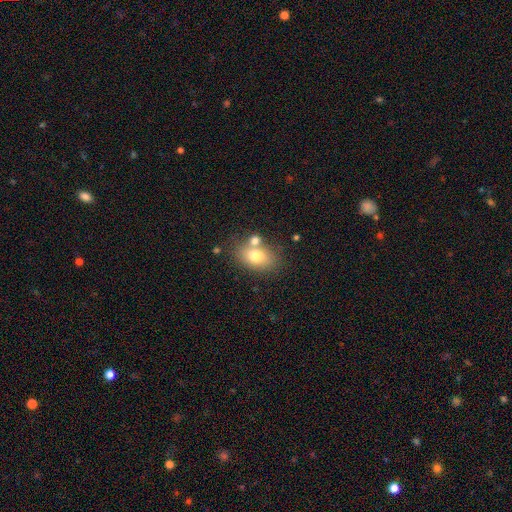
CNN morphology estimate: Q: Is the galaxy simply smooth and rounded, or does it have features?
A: smooth — 74%.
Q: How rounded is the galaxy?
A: in between — 79%.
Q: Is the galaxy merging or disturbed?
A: none — 64%.